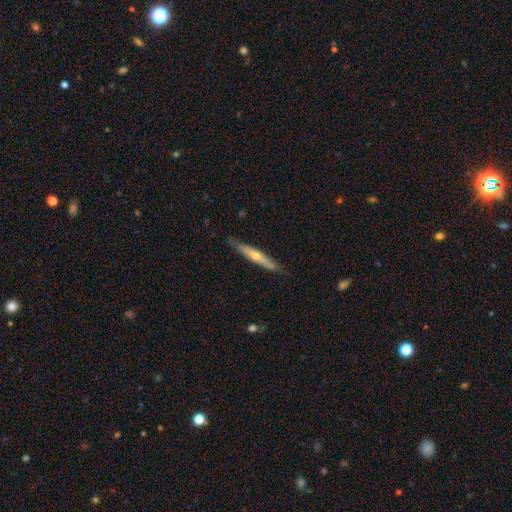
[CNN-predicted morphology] Overall: featured or disk (57%; smooth 37%). Edge-on disk: yes (92%). Edge-on bulge: rounded (78%). Merging: none (84%).